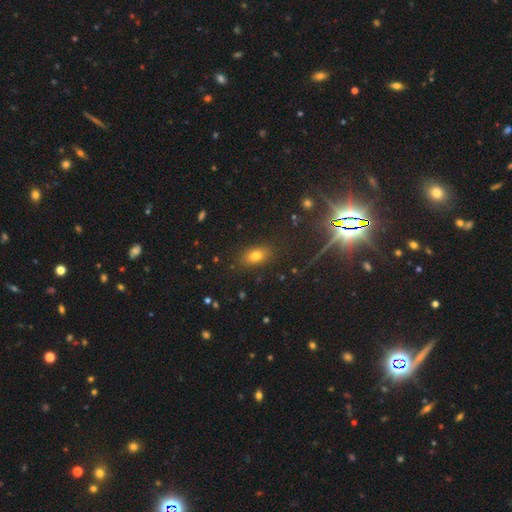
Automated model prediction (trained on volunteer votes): The model was most divided on "smooth or featured": smooth: 72%, star or artifact: 18%, featured or disk: 10%. More confident: merging — none (86%); how rounded — in between (83%).